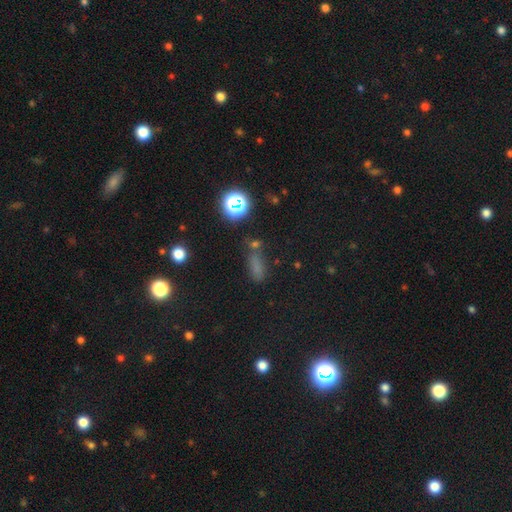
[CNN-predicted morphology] Overall: smooth (50%; star or artifact 40%). How rounded: in between (57%; cigar-shaped 22%). Merging: none (66%).